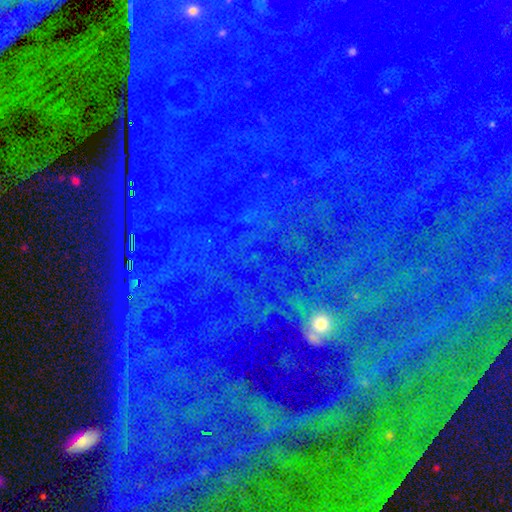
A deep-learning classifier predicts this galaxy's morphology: Smooth or featured: star or artifact — 83% (smooth — 9%)